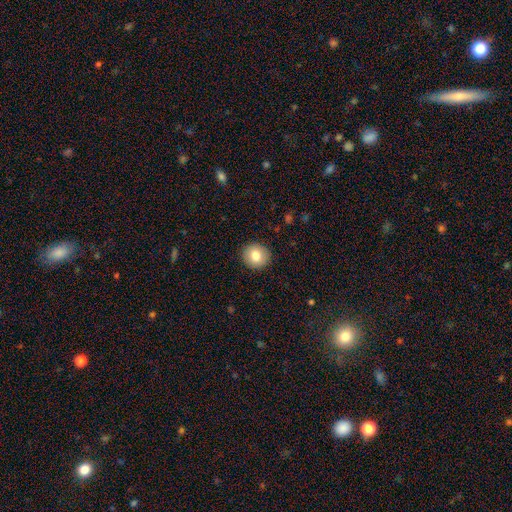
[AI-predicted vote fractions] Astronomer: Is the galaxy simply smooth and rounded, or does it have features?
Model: smooth — 81%.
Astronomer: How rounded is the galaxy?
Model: round — 90%.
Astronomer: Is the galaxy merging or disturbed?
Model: none — 92%.